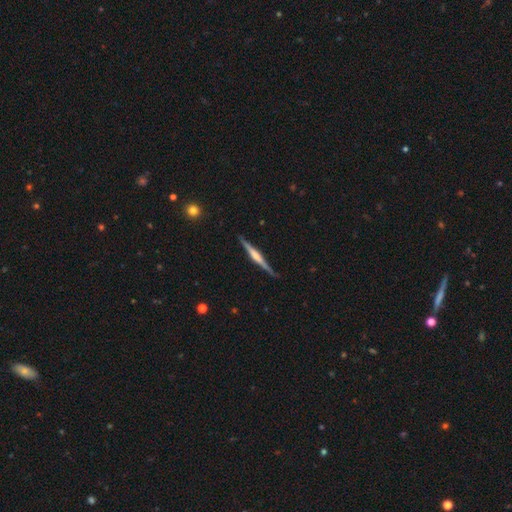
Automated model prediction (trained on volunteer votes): smooth-or-featured: featured or disk: 74% | smooth: 21% | star or artifact: 5%
  disk-edge-on: yes: 98% | no: 2%
    edge-on-bulge: rounded: 60% | boxy: 23% | none: 17%
  merging: none: 87% | minor disturbance: 10% | major disturbance: 2% | merger: 1%